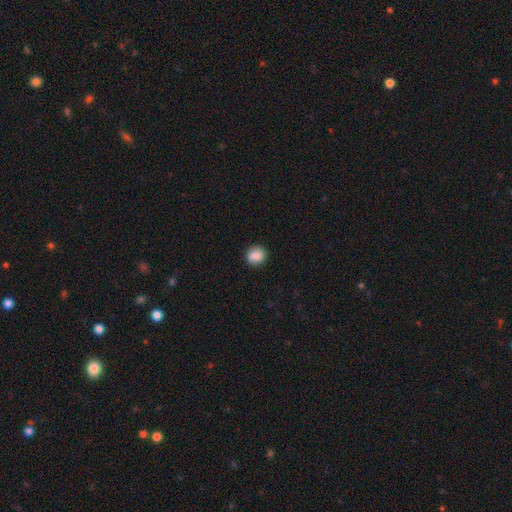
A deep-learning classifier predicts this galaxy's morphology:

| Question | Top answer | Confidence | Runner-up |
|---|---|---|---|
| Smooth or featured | smooth | 85% | star or artifact (8%) |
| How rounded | round | 83% | in between (16%) |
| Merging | none | 88% | minor disturbance (9%) |